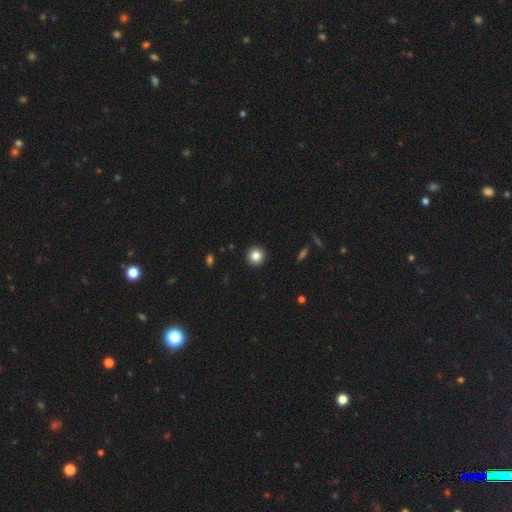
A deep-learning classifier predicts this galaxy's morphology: A smooth galaxy with no disk features (84%) that is round (95%).

Vote fractions:
- Smooth or featured? smooth: 84% / star or artifact: 10% / featured or disk: 6%
- How rounded? round: 95% / in between: 4% / cigar-shaped: 1%
- Merging? none: 93% / minor disturbance: 4% / major disturbance: 2% / merger: 1%